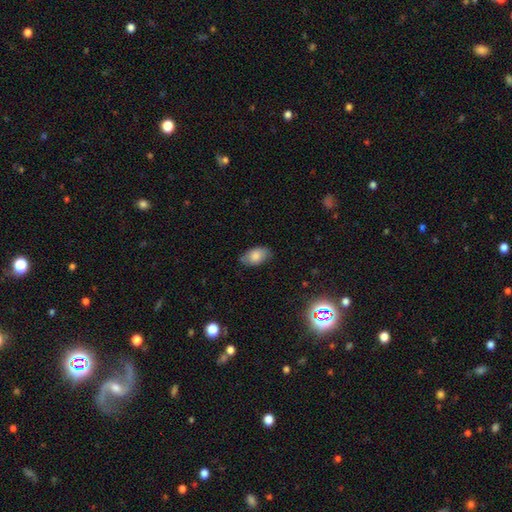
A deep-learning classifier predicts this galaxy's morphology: The model was most divided on "merging": none: 76%, minor disturbance: 19%, major disturbance: 4%, merger: 1%. More confident: how rounded — in between (92%); smooth or featured — smooth (81%).